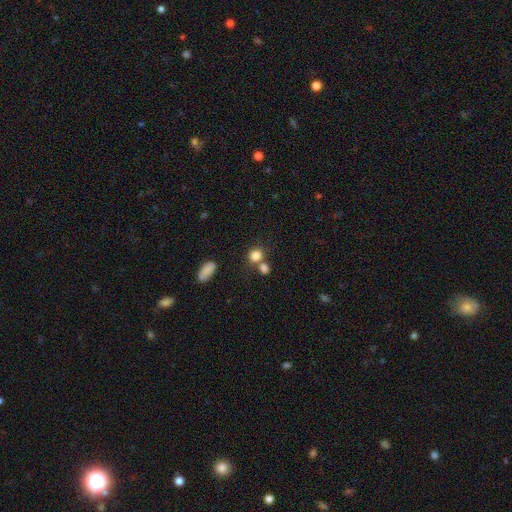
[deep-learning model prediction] A smooth galaxy with no disk features (82%) that is round (73%).

Vote fractions:
- Smooth or featured? smooth: 82% / star or artifact: 11% / featured or disk: 7%
- How rounded? round: 73% / in between: 25% / cigar-shaped: 2%
- Merging? none: 51% / merger: 35% / minor disturbance: 10% / major disturbance: 5%